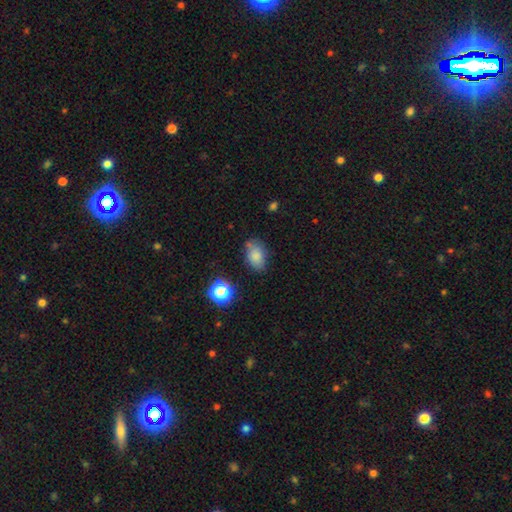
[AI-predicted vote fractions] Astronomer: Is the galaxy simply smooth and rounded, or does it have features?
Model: smooth — 80%.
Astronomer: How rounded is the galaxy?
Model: in between — 84%.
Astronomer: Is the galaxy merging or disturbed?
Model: none — 68%.